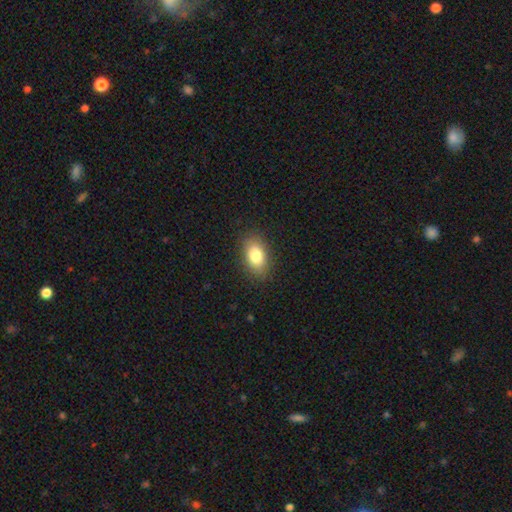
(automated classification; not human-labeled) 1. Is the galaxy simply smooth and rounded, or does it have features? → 82% smooth, 10% featured or disk, 8% star or artifact.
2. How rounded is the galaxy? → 88% in between, 9% round, 2% cigar-shaped.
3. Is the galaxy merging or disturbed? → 87% none, 9% minor disturbance, 3% major disturbance, 1% merger.